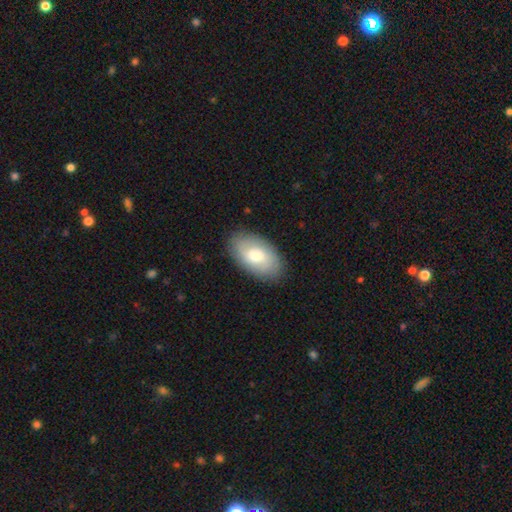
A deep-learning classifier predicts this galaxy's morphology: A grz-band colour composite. It shows a smooth galaxy with no disk features (64%) that is in between round and cigar-shaped (93%). Merging: none (85%).